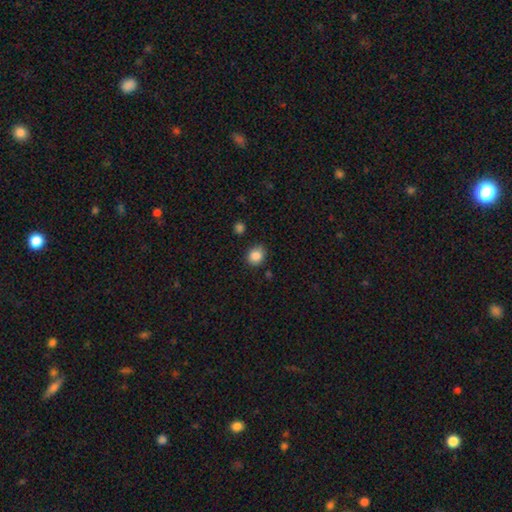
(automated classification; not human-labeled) A smooth galaxy with no disk features (87%) that is round (77%).

Vote fractions:
- Smooth or featured? smooth: 87% / star or artifact: 10% / featured or disk: 4%
- How rounded? round: 77% / in between: 22% / cigar-shaped: 1%
- Merging? none: 80% / minor disturbance: 14% / major disturbance: 3% / merger: 3%